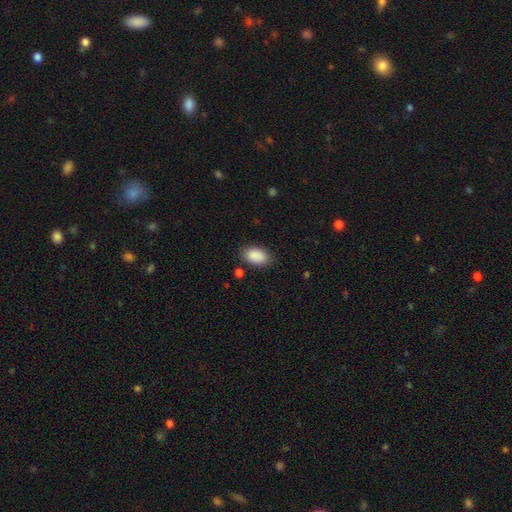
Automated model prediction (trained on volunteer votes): Smooth or featured?
  - smooth: 90% *
  - star or artifact: 7%
  - featured or disk: 4%
How rounded?
  - in between: 92% *
  - round: 7%
  - cigar-shaped: 1%
Merging?
  - none: 83% *
  - minor disturbance: 12%
  - major disturbance: 3%
  - merger: 2%